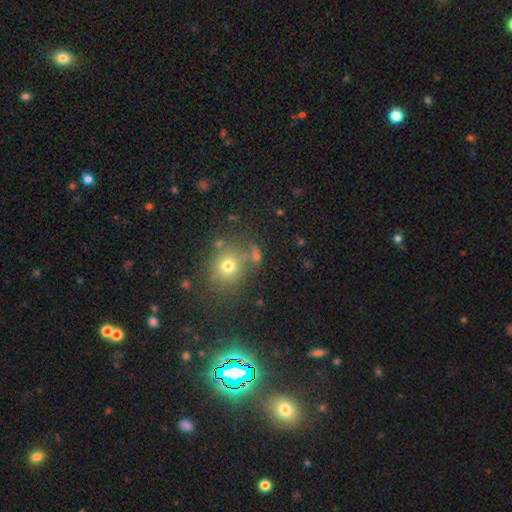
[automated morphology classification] This is likely a smooth galaxy (63%). How rounded: likely round (70%). Merging: likely none (68%).